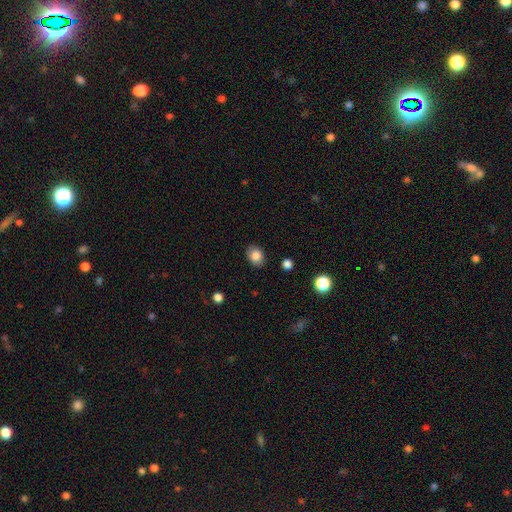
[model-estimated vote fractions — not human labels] Smooth or featured? Predicted: smooth (p=0.84). How rounded? Predicted: in between (p=0.57). Merging? Predicted: none (p=0.85).